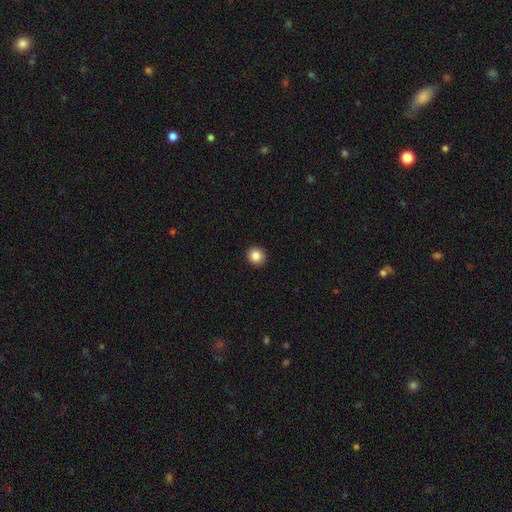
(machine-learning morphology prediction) smooth 86%, star or artifact 10%, featured or disk 5%. Down the decision tree: how rounded — round (90%); merging — none (93%).